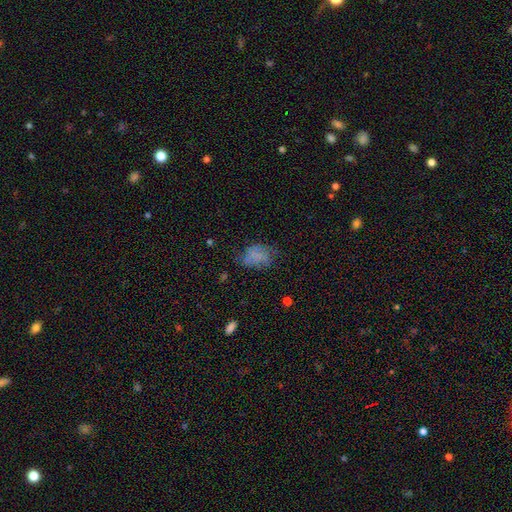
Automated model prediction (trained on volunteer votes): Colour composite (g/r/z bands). It shows a smooth galaxy with no disk features (61%) that is in between round and cigar-shaped (79%). Merging: none (46%).